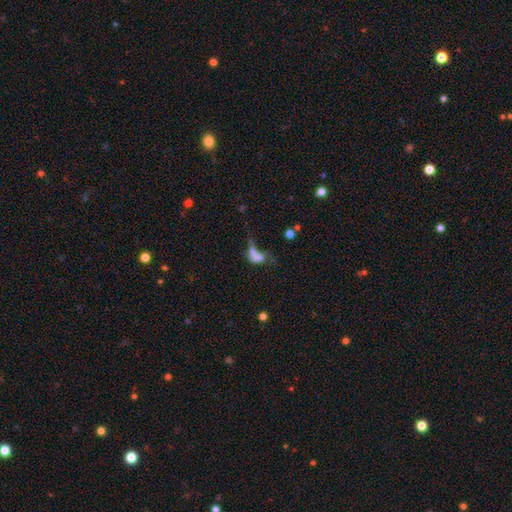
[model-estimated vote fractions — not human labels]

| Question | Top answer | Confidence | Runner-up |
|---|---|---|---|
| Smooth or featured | smooth | 56% | featured or disk (29%) |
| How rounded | in between | 79% | round (14%) |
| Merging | merger | 39% | major disturbance (35%) |